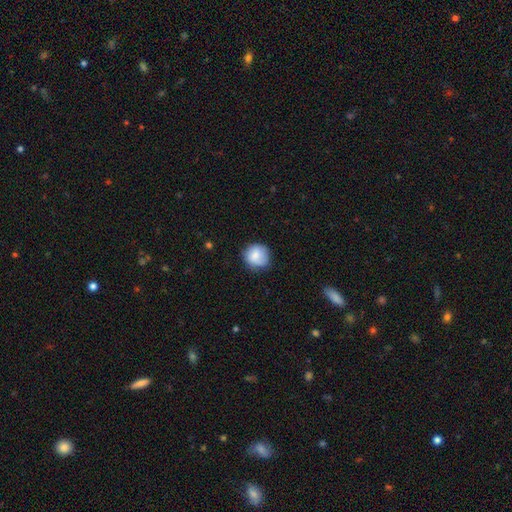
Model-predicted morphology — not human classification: smooth 81%, featured or disk 11%, star or artifact 8%. Down the decision tree: how rounded — round (86%); merging — none (69%).